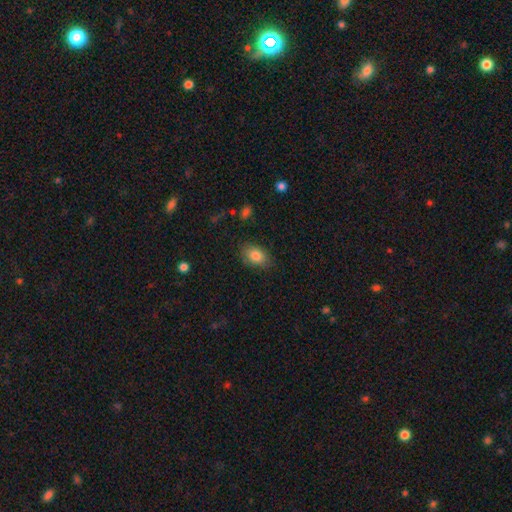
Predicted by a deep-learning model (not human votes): Smooth or featured? smooth (84%)
How rounded? in between (85%)
Merging? none (80%)